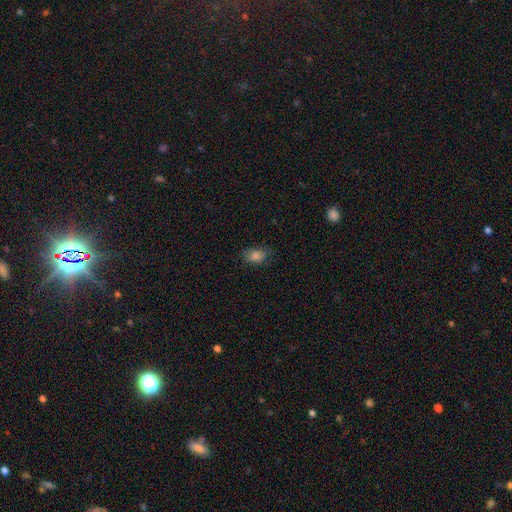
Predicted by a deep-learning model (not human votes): Smooth or featured?
  - smooth: 81% *
  - star or artifact: 12%
  - featured or disk: 7%
How rounded?
  - in between: 75% *
  - round: 24%
  - cigar-shaped: 2%
Merging?
  - none: 76% *
  - minor disturbance: 18%
  - major disturbance: 4%
  - merger: 1%